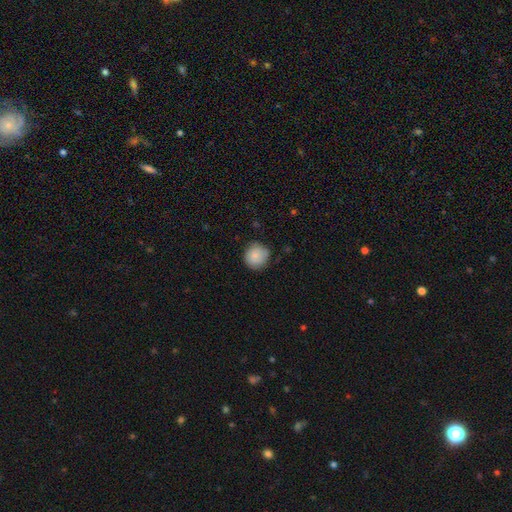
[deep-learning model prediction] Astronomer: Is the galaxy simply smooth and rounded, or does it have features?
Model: smooth — 83%.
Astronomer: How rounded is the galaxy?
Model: round — 91%.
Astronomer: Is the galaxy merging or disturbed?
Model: none — 79%.